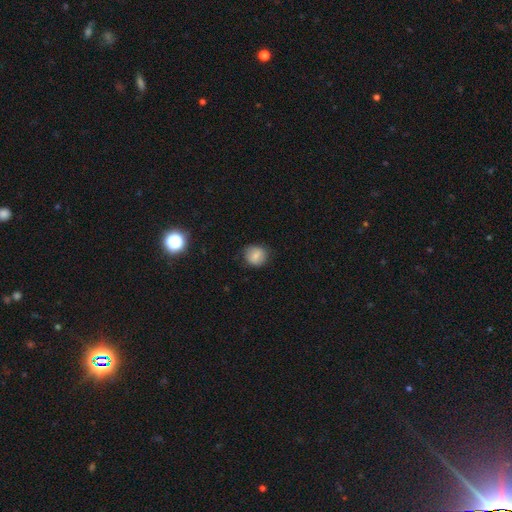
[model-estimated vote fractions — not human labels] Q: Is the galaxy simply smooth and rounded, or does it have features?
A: smooth — 80%.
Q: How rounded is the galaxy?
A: round — 83%.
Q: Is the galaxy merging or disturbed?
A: none — 80%.